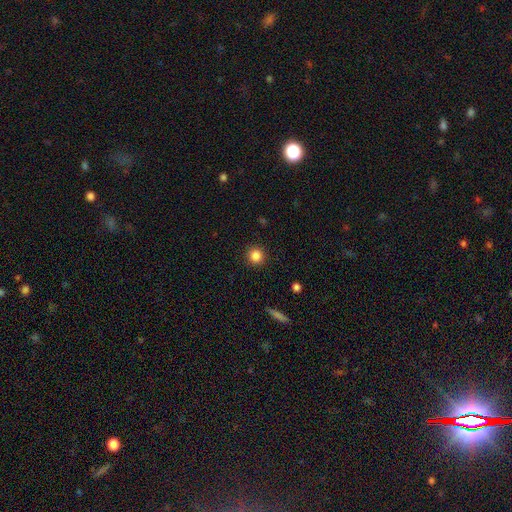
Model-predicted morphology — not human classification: Smooth or featured: smooth — 85% (star or artifact — 11%)
How rounded: round — 94% (in between — 5%)
Merging: none — 91% (minor disturbance — 6%)